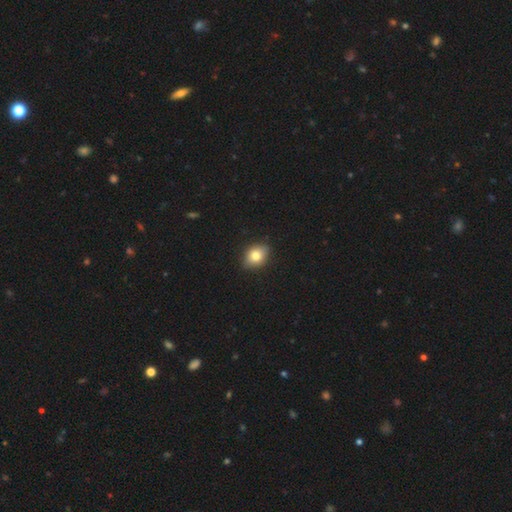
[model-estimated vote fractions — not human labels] Smooth or featured?
  - smooth: 79% *
  - featured or disk: 11%
  - star or artifact: 9%
How rounded?
  - in between: 68% *
  - round: 31%
  - cigar-shaped: 1%
Merging?
  - none: 86% *
  - minor disturbance: 11%
  - major disturbance: 2%
  - merger: 1%